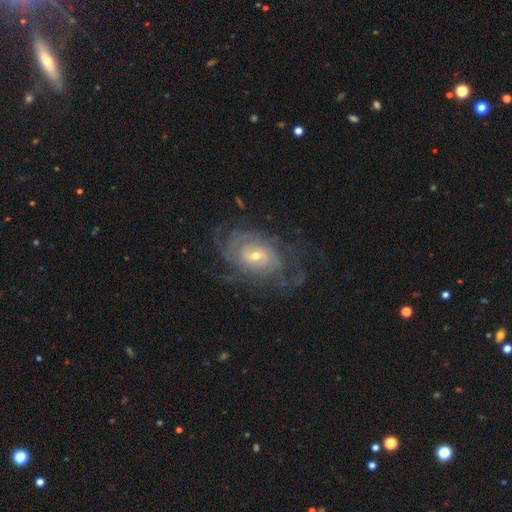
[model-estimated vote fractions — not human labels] Morphology: type=featured or disk (86%); edge-on=no (96%); bar=no (57%); spiral arms=yes (94%); winding=tight (66%); arm count=can't tell (44%); bulge=small (57%); merging=none (68%).